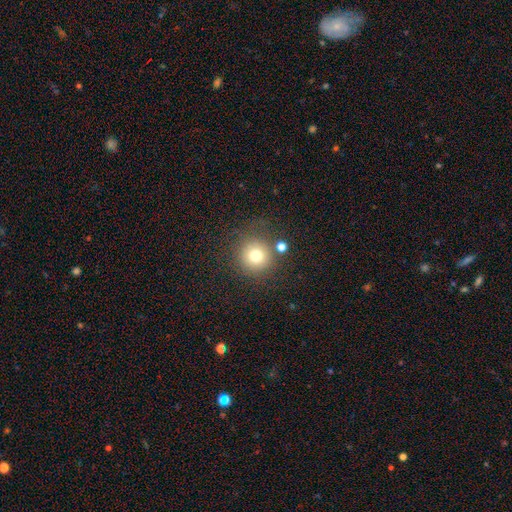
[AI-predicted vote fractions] A smooth galaxy with no disk features (74%) that is round (94%).

Vote fractions:
- Smooth or featured? smooth: 74% / star or artifact: 15% / featured or disk: 11%
- How rounded? round: 94% / in between: 5% / cigar-shaped: 1%
- Merging? none: 76% / minor disturbance: 11% / merger: 8% / major disturbance: 5%